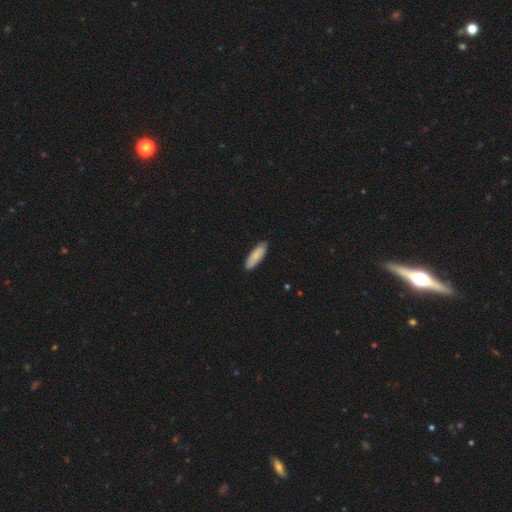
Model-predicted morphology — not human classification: Overall: smooth (83%). How rounded: cigar-shaped (50%; in between 48%). Merging: none (87%).